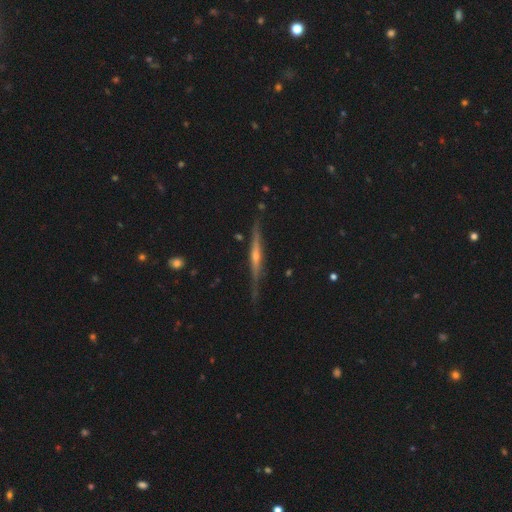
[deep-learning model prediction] smooth-or-featured: featured or disk: 80% | smooth: 14% | star or artifact: 6%
  disk-edge-on: yes: 97% | no: 3%
    edge-on-bulge: rounded: 74% | none: 18% | boxy: 8%
  merging: none: 81% | minor disturbance: 14% | major disturbance: 3% | merger: 2%